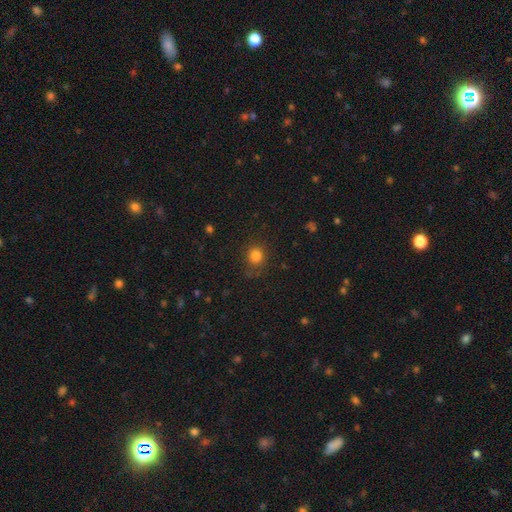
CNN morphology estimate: smooth_or_featured: smooth (p=0.82) [alt: star or artifact p=0.13]
how_rounded: round (p=0.82) [alt: in between p=0.17]
merging: none (p=0.79) [alt: minor disturbance p=0.14]